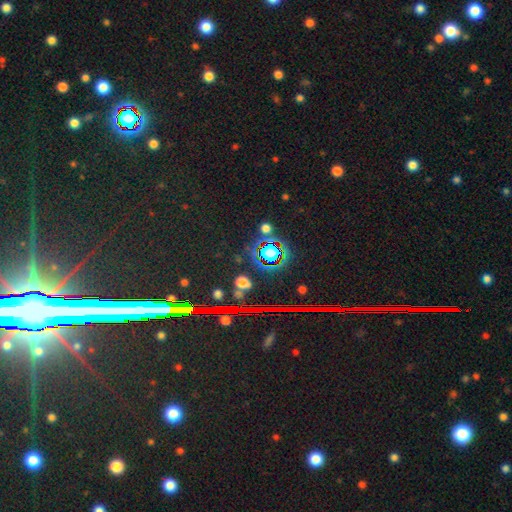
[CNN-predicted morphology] Smooth or featured: star or artifact — 82% (featured or disk — 9%)